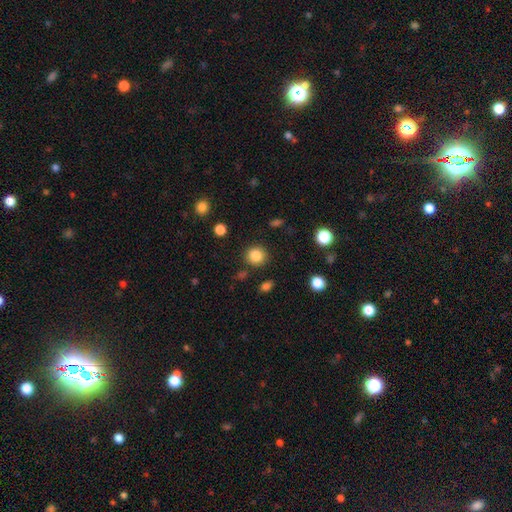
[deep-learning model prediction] Smooth or featured: smooth — 85% (star or artifact — 10%)
How rounded: round — 88% (in between — 11%)
Merging: none — 87% (minor disturbance — 8%)